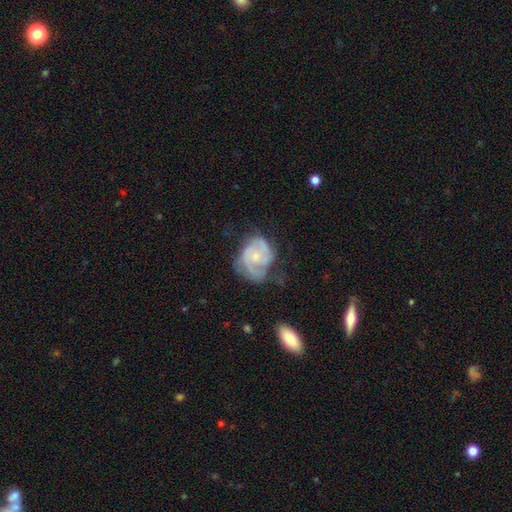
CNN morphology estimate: Smooth or featured: featured or disk — 76% (smooth — 18%)
Edge-on disk: no — 98% (yes — 2%)
Bar: no — 70% (weak — 26%)
Spiral arms: yes — 89% (no — 11%)
Spiral winding: tight — 45% (medium — 42%)
Spiral arm count: 2 — 46% (can't tell — 22%)
Bulge size: small — 56% (moderate — 32%)
Merging: none — 47% (minor disturbance — 28%)